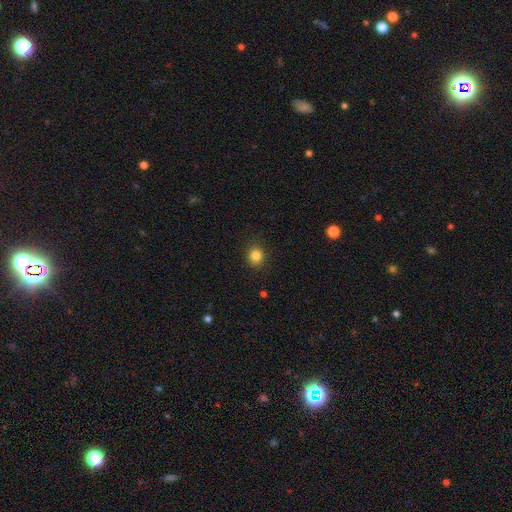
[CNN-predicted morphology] The model was most divided on "how rounded": round: 84%, in between: 15%, cigar-shaped: 1%. More confident: merging — none (89%); smooth or featured — smooth (84%).